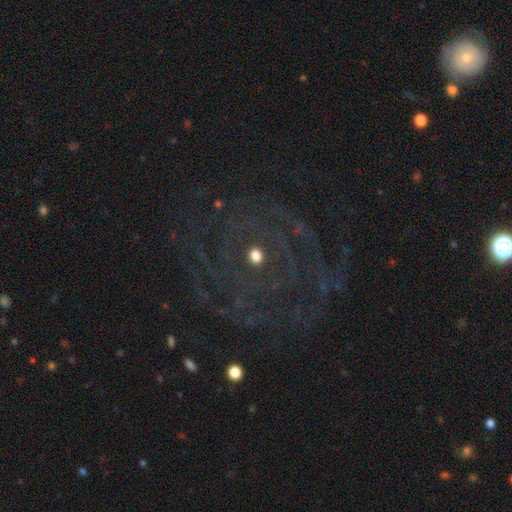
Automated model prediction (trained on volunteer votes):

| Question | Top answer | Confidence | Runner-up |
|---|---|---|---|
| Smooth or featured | featured or disk | 36% | smooth (34%) |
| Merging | none | 81% | minor disturbance (10%) |